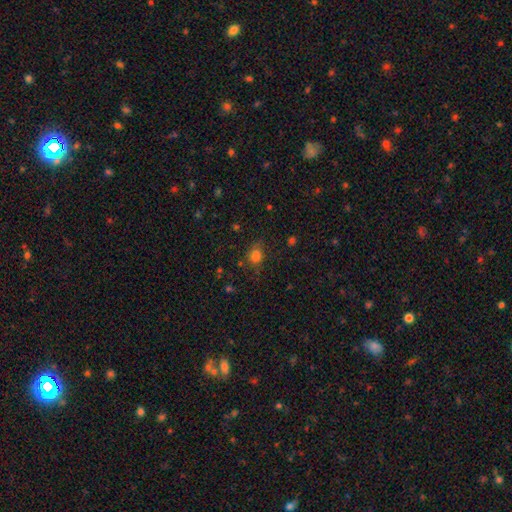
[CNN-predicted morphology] Overall: smooth (77%). How rounded: round (55%; in between 43%). Merging: none (64%).